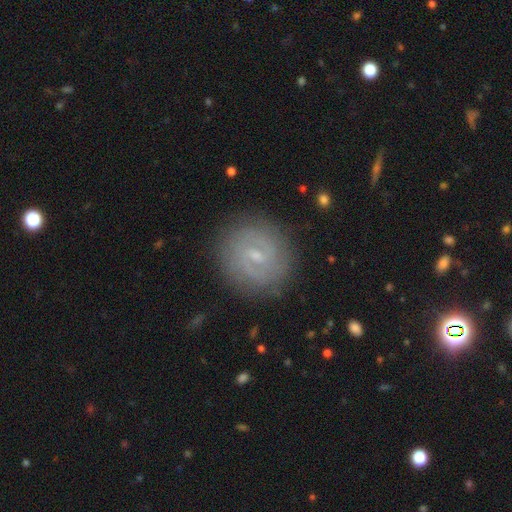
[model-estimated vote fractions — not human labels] smooth-or-featured: featured or disk: 72% | smooth: 20% | star or artifact: 8%
  disk-edge-on: no: 97% | yes: 3%
    bar: weak: 62% | strong: 20% | no: 18%
    has-spiral-arms: yes: 88% | no: 12%
      spiral-winding: tight: 54% | medium: 33% | loose: 12%
      spiral-arm-count: 2: 70% | can't tell: 18% | 3: 4% | 1: 3% | 4: 2% | more than 4: 2%
    bulge-size: small: 69% | moderate: 23% | none: 6% | large: 1% | dominant: 1%
  merging: none: 86% | minor disturbance: 10% | major disturbance: 4% | merger: 1%